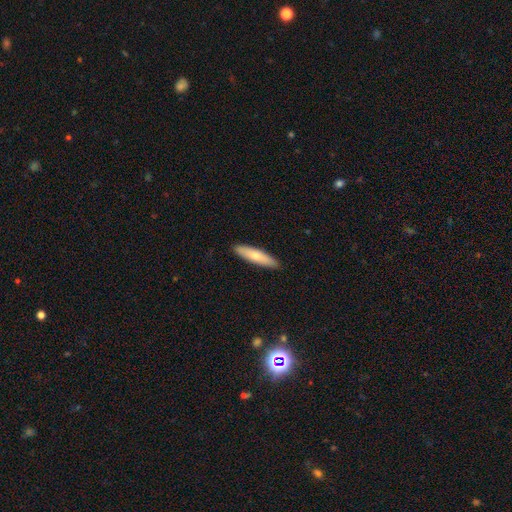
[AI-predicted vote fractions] Smooth or featured: smooth — 70% (featured or disk — 25%)
How rounded: cigar-shaped — 78% (in between — 21%)
Merging: none — 91% (minor disturbance — 7%)